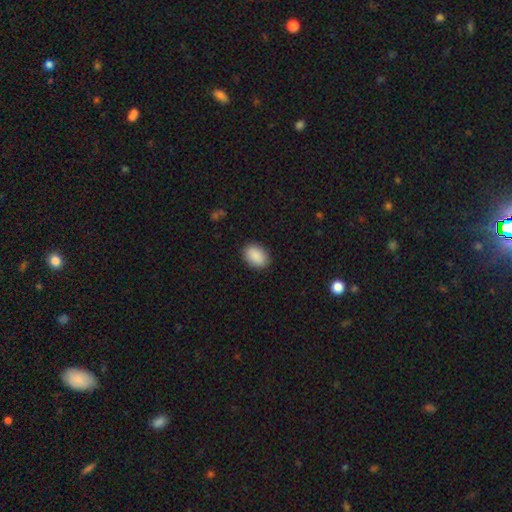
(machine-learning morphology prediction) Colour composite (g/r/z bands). It shows a smooth galaxy with no disk features (90%) that is in between round and cigar-shaped (84%). Merging: none (89%).